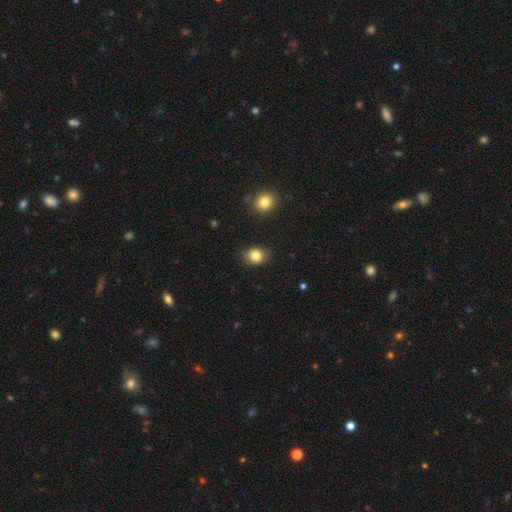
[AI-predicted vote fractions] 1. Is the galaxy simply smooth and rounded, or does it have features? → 83% smooth, 10% star or artifact, 7% featured or disk.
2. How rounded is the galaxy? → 57% round, 42% in between, 1% cigar-shaped.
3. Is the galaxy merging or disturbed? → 83% none, 13% minor disturbance, 3% major disturbance, 2% merger.